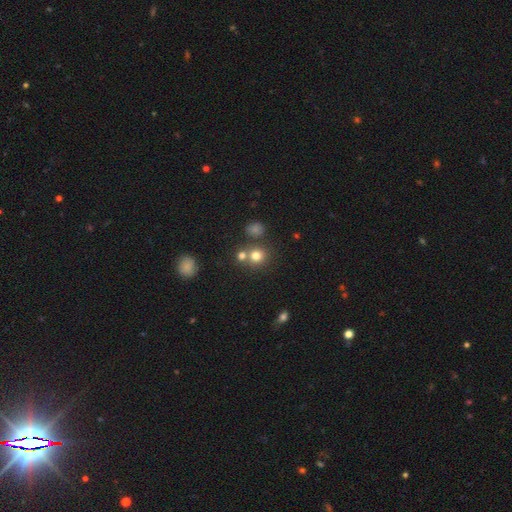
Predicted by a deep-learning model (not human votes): The model was most divided on "merging": none: 63%, merger: 25%, minor disturbance: 9%, major disturbance: 4%. More confident: how rounded — round (86%); smooth or featured — smooth (75%).